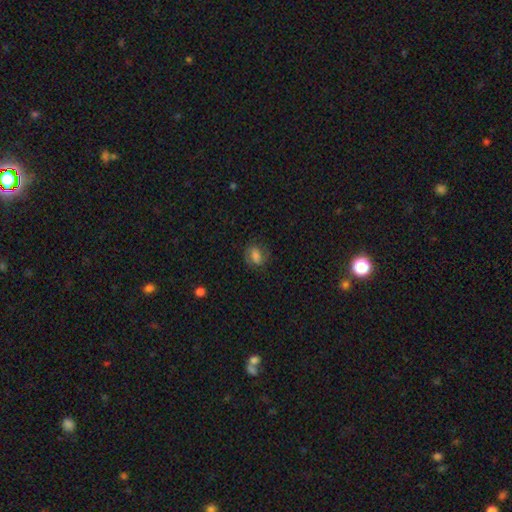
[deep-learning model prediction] A smooth galaxy with no disk features (59%) that is in between round and cigar-shaped (63%). Merging: none (71%).